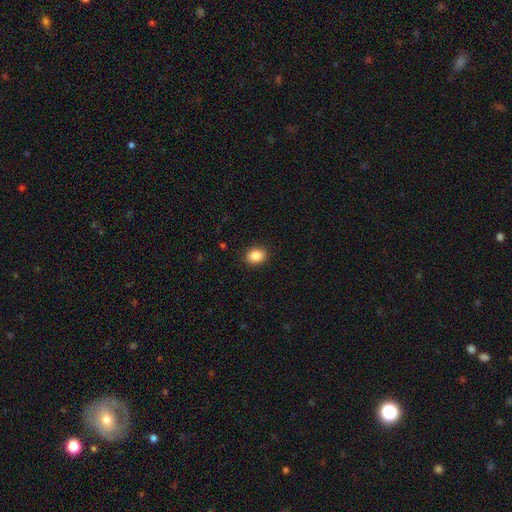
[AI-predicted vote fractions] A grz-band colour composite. It shows a smooth galaxy with no disk features (87%) that is in between round and cigar-shaped (62%). Merging: none (89%).